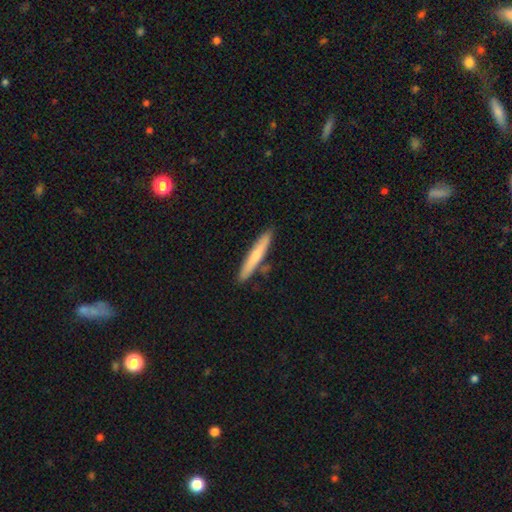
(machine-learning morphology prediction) A smooth galaxy with no disk features (66%) that is cigar-shaped (95%).

Vote fractions:
- Smooth or featured? smooth: 66% / featured or disk: 29% / star or artifact: 5%
- How rounded? cigar-shaped: 95% / in between: 4% / round: 1%
- Merging? none: 85% / minor disturbance: 9% / merger: 4% / major disturbance: 2%